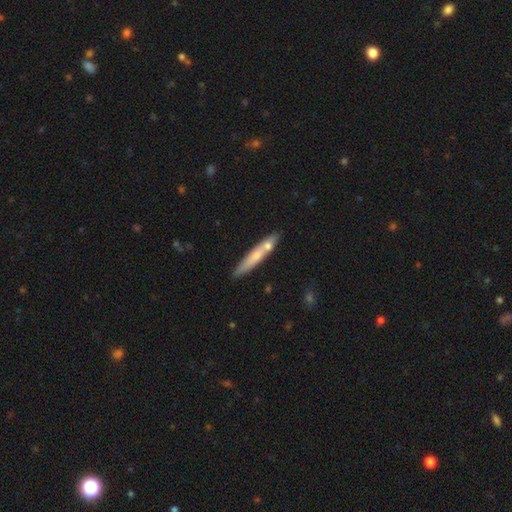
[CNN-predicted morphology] A smooth galaxy with no disk features (58%) that is cigar-shaped (93%). Merging: none (70%).